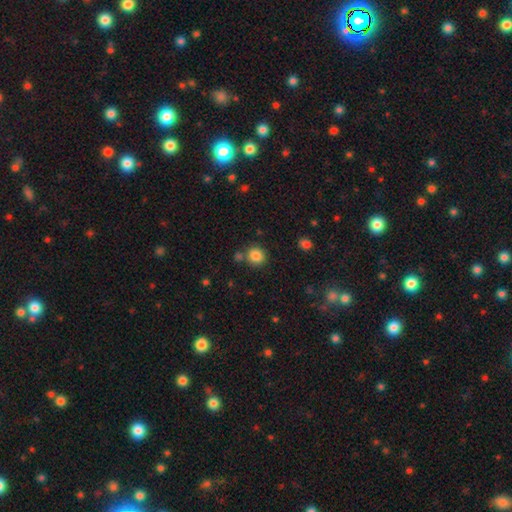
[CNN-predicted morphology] Smooth or featured? Predicted: smooth (p=0.84). How rounded? Predicted: round (p=0.88). Merging? Predicted: none (p=0.76).